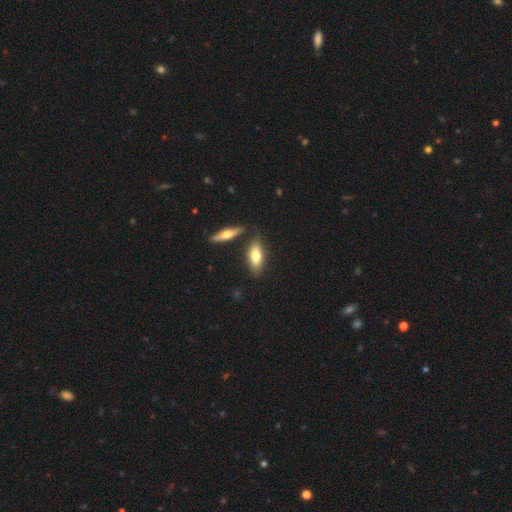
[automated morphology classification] This appears to be a smooth galaxy with no disk features (68%) that is in between round and cigar-shaped (70%). Merging: none (76%).